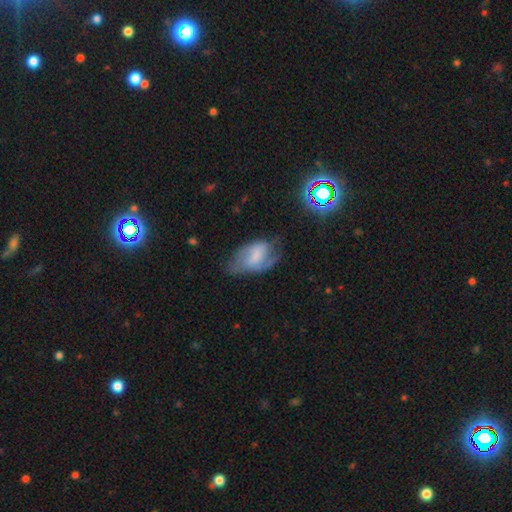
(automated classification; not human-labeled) The model was most divided on "smooth or featured": featured or disk: 49%, smooth: 41%, star or artifact: 9%. Remaining: merging — none (43%).